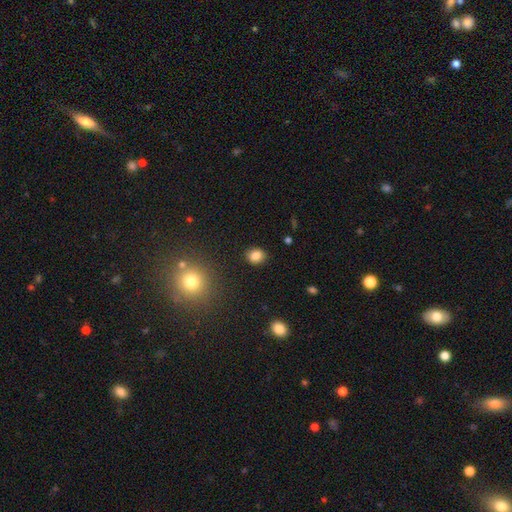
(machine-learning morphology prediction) This appears to be a smooth galaxy with no disk features (84%) that is round (66%). Merging: none (88%).